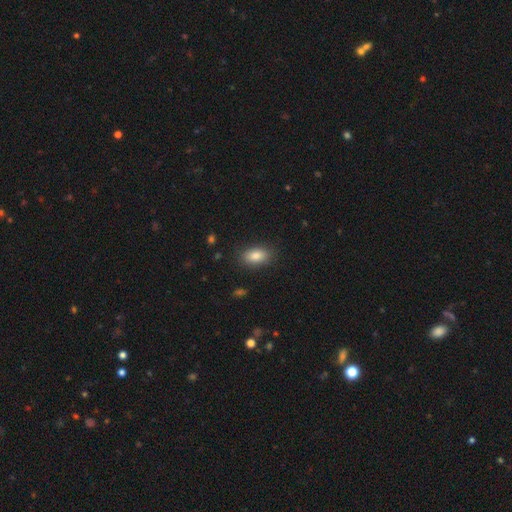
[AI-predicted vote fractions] Morphology: type=smooth (85%); roundness=in between (89%); merging=none (87%).